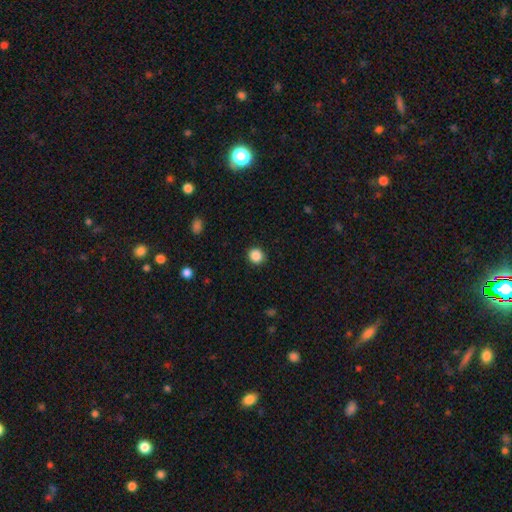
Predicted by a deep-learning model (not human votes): smooth-or-featured: smooth: 87% | star or artifact: 10% | featured or disk: 3%
  how-rounded: round: 88% | in between: 11% | cigar-shaped: 1%
  merging: none: 91% | minor disturbance: 6% | major disturbance: 2% | merger: 1%